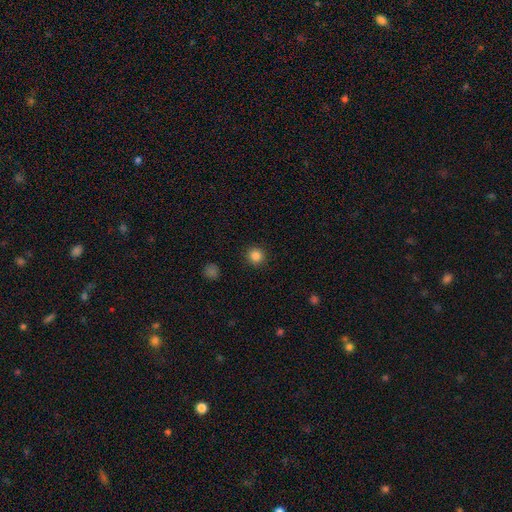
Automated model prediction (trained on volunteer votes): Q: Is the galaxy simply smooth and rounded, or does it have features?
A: smooth — 85%.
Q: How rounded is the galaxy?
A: round — 94%.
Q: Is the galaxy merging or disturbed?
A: none — 92%.